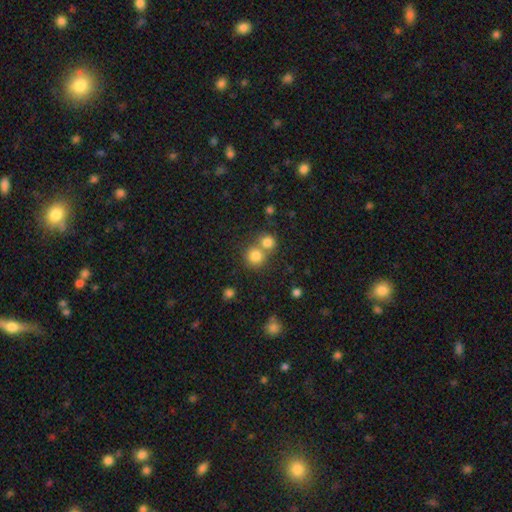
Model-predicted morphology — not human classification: smooth-or-featured: smooth: 80% | star or artifact: 12% | featured or disk: 7%
  how-rounded: round: 90% | in between: 9% | cigar-shaped: 1%
  merging: none: 53% | merger: 39% | minor disturbance: 6% | major disturbance: 3%